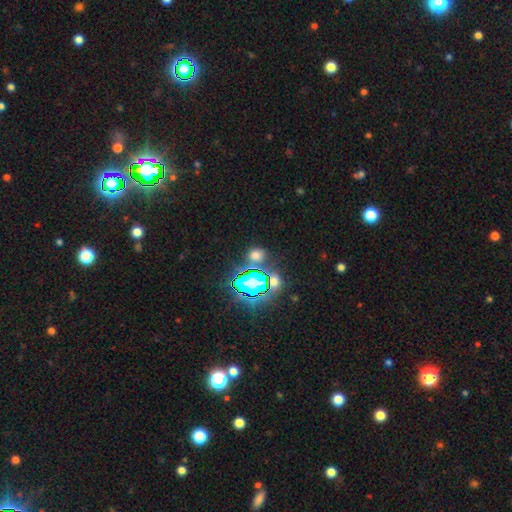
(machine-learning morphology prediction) Q: Smooth or featured?
A: smooth (50%); runner-up: star or artifact (42%)
Q: Merging?
A: none (76%); runner-up: minor disturbance (10%)